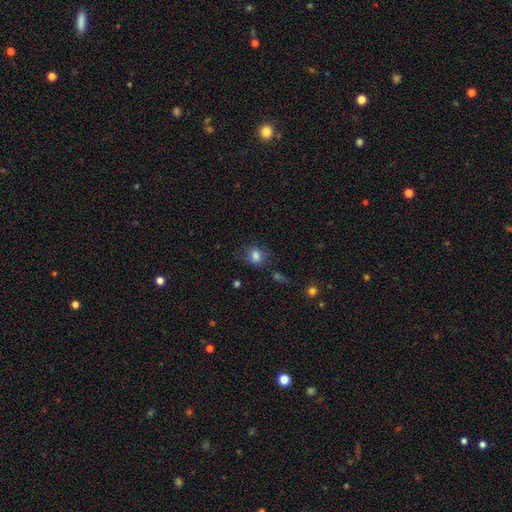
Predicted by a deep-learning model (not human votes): Overall: smooth (79%). How rounded: round (51%; in between 47%). Merging: none (65%).